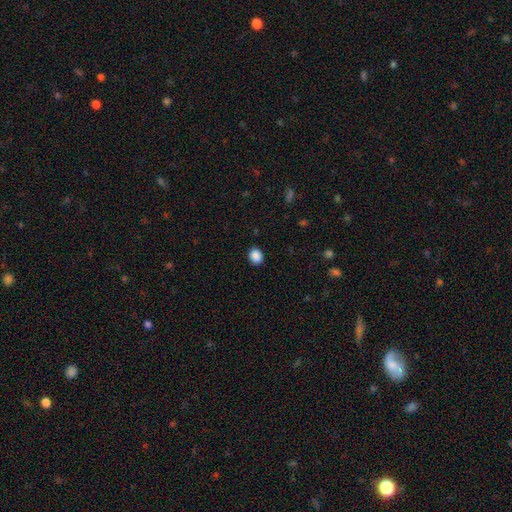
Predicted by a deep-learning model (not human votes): Smooth or featured? Predicted: smooth (p=0.89). How rounded? Predicted: round (p=0.55). Merging? Predicted: none (p=0.90).